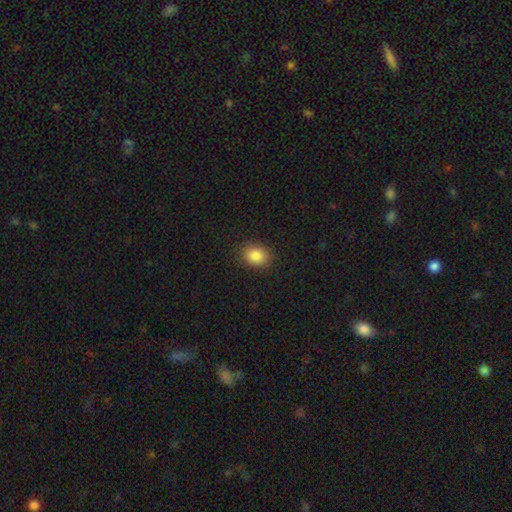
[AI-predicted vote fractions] Overall: smooth (86%). How rounded: in between (63%; round 36%). Merging: none (88%).